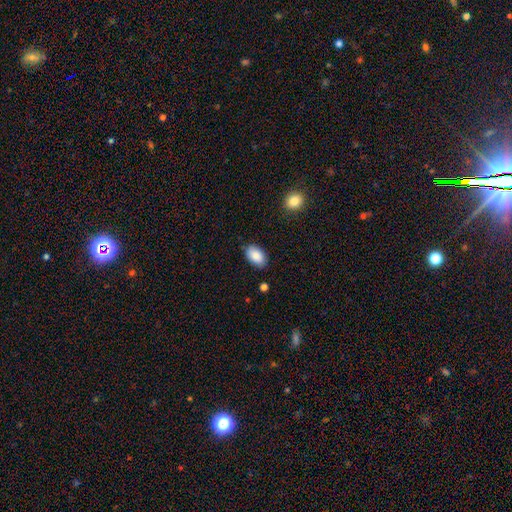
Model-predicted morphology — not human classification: smooth 87%, star or artifact 7%, featured or disk 6%. Down the decision tree: how rounded — in between (91%); merging — none (83%).